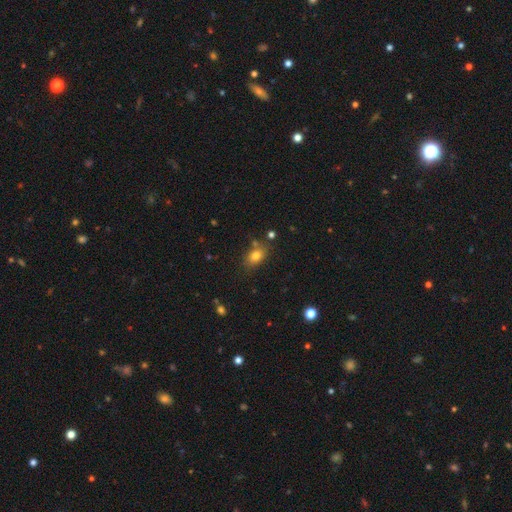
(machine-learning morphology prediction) smooth 78%, star or artifact 12%, featured or disk 10%. Down the decision tree: how rounded — in between (78%); merging — none (74%).